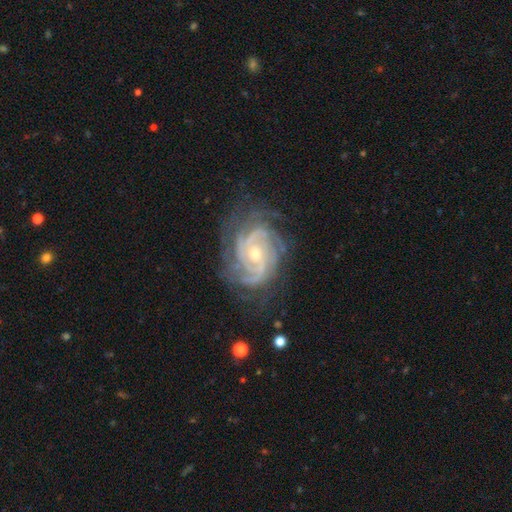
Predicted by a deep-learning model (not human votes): smooth_or_featured: featured or disk (p=0.90) [alt: star or artifact p=0.06]
disk_edge_on: no (p=0.97) [alt: yes p=0.03]
bar: no (p=0.60) [alt: weak p=0.30]
has_spiral_arms: yes (p=0.98) [alt: no p=0.02]
spiral_winding: tight (p=0.65) [alt: medium p=0.30]
spiral_arm_count: 2 (p=0.25) [tied with: 3 p=0.25]
bulge_size: small (p=0.52) [alt: moderate p=0.44]
merging: none (p=0.74) [alt: minor disturbance p=0.17]